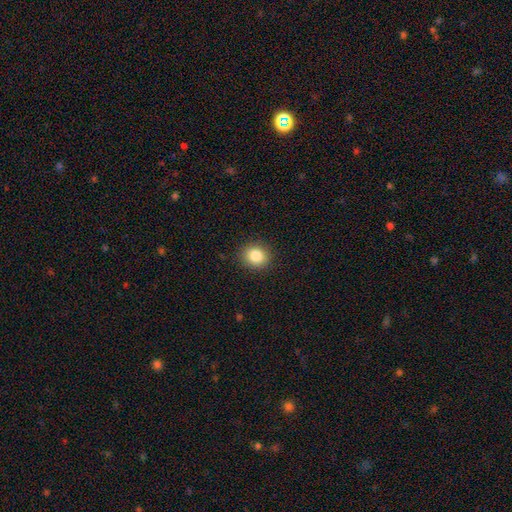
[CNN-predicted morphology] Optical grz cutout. It shows a smooth galaxy with no disk features (85%) that is round (79%). Merging: none (90%).